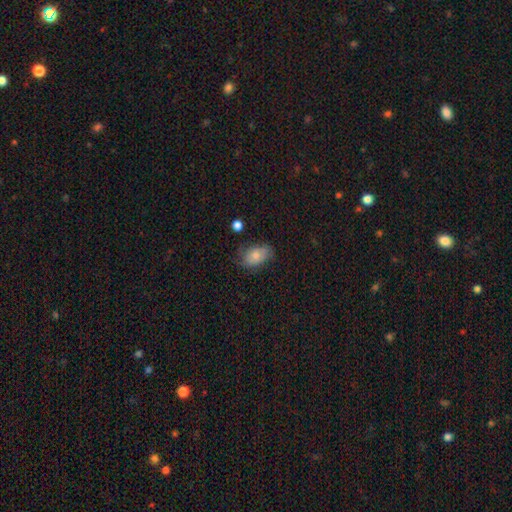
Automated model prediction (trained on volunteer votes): Morphology: type=smooth (79%); roundness=in between (89%); merging=none (65%).